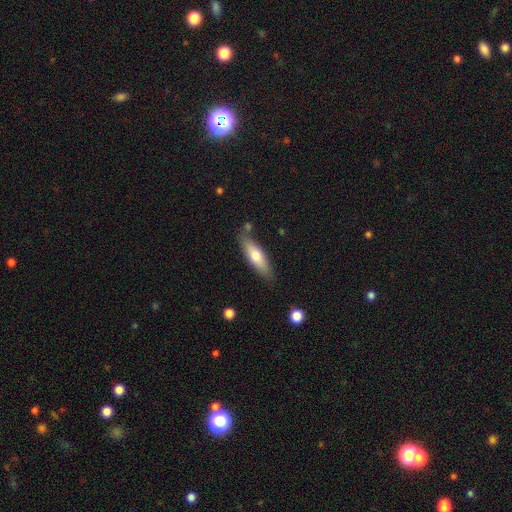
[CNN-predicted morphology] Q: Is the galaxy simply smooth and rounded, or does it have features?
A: smooth — 65%.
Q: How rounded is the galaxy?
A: cigar-shaped — 55%.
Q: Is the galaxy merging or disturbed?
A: none — 78%.